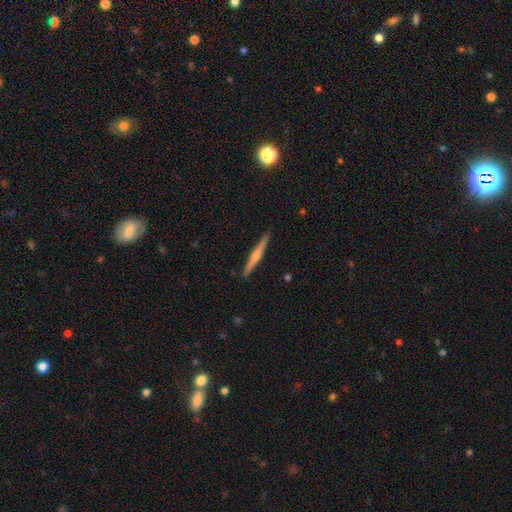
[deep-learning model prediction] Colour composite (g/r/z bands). It shows a featured or disk galaxy (63%) viewed edge-on (98%) with a rounded central bulge (76%). Merging: none (92%).